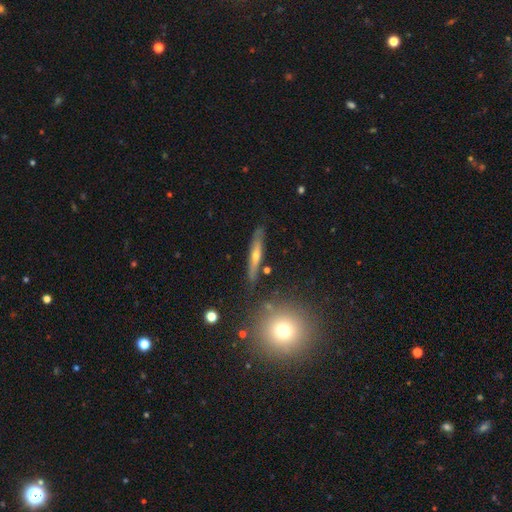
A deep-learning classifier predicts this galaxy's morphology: This appears to be a featured or disk galaxy (63%) viewed edge-on (90%) with a rounded central bulge (80%). Merging: none (84%).